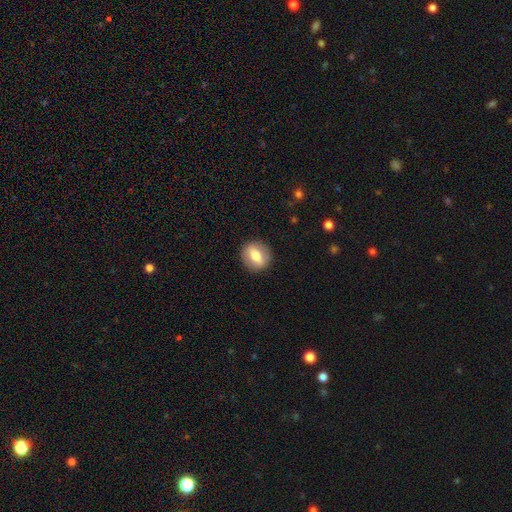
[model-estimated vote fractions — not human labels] This is possibly a smooth galaxy (58%). How rounded: likely round (67%). Merging: clearly none (89%).